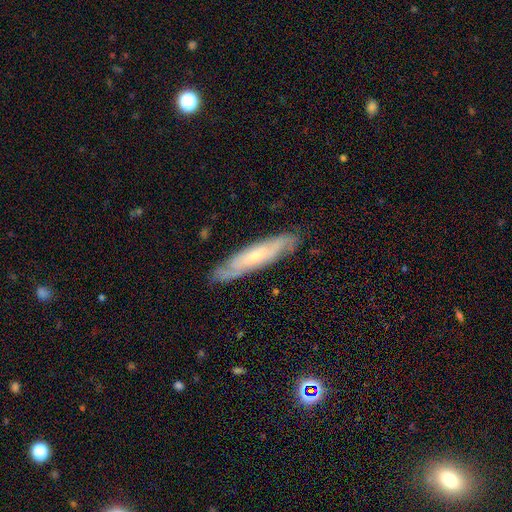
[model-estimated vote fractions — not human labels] Smooth or featured: featured or disk — 67% (smooth — 27%)
Edge-on disk: no — 59% (yes — 41%)
Merging: none — 81% (minor disturbance — 15%)